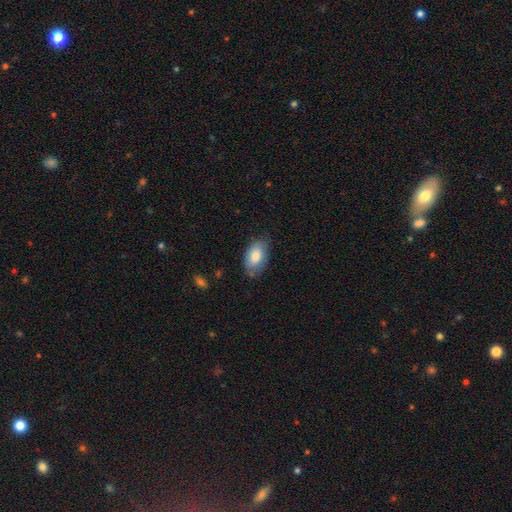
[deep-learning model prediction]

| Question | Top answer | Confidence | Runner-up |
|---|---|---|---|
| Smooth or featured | smooth | 80% | featured or disk (14%) |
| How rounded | in between | 93% | round (5%) |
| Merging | none | 73% | minor disturbance (21%) |